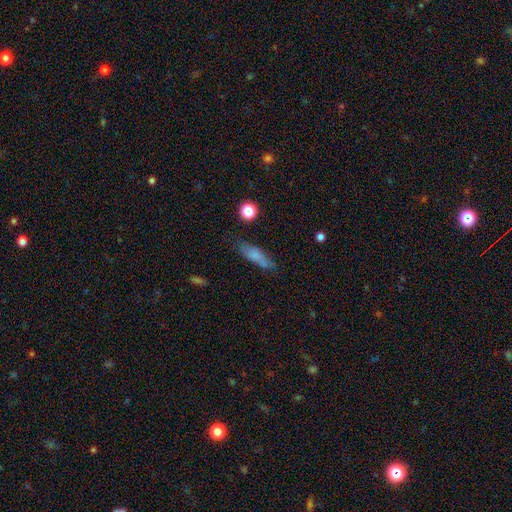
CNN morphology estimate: Smooth or featured?
  - smooth: 71% *
  - featured or disk: 19%
  - star or artifact: 10%
How rounded?
  - cigar-shaped: 56% *
  - in between: 41%
  - round: 3%
Merging?
  - none: 70% *
  - minor disturbance: 20%
  - major disturbance: 6%
  - merger: 4%